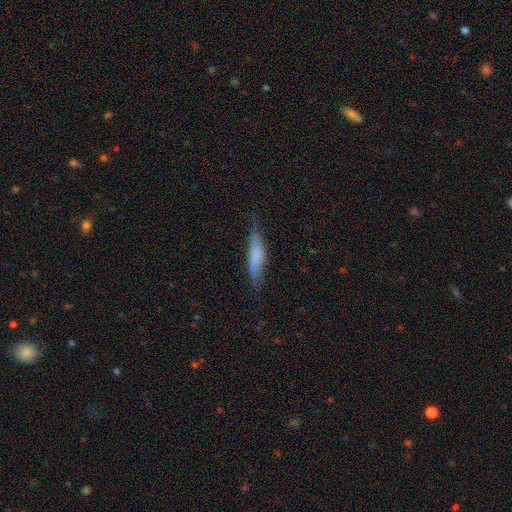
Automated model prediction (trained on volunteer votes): Smooth or featured? smooth (63%)
How rounded? cigar-shaped (73%)
Merging? none (67%)